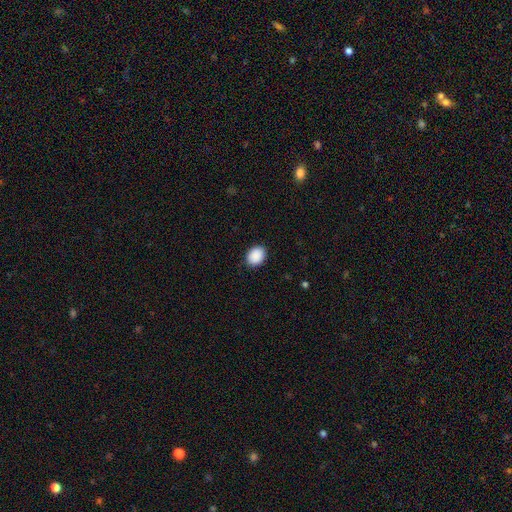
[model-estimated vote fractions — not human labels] Smooth or featured: smooth — 90% (star or artifact — 7%)
How rounded: in between — 61% (round — 38%)
Merging: none — 89% (minor disturbance — 8%)